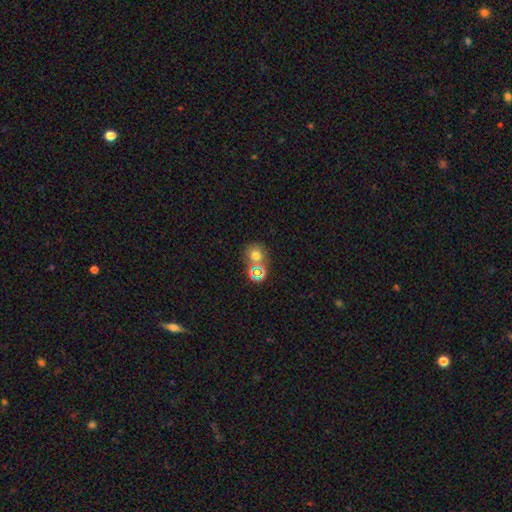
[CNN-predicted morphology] A smooth galaxy with no disk features (65%) that is round (78%).

Vote fractions:
- Smooth or featured? smooth: 65% / star or artifact: 24% / featured or disk: 10%
- How rounded? round: 78% / in between: 21% / cigar-shaped: 1%
- Merging? none: 64% / merger: 22% / minor disturbance: 10% / major disturbance: 4%